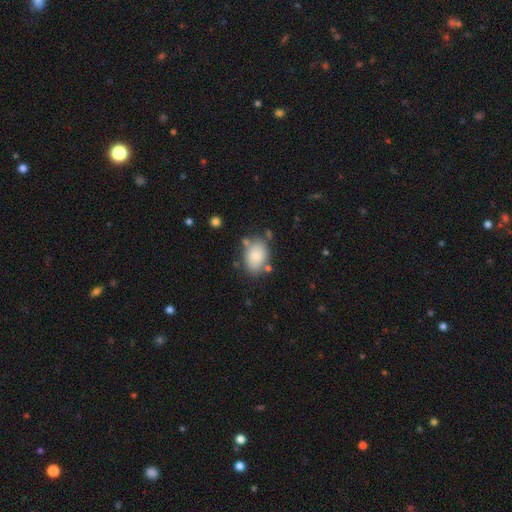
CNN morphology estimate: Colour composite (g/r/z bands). It shows a smooth galaxy with no disk features (85%) that is in between round and cigar-shaped (82%). Merging: none (70%).